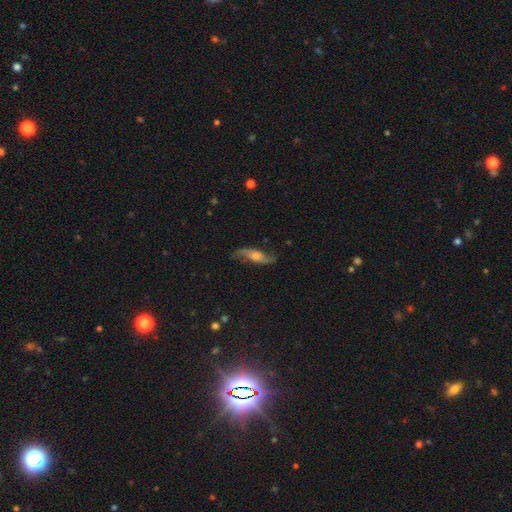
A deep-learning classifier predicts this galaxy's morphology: A featured or disk galaxy (74%) with no bar (63%), 2 (91%) loose (72%) spiral arms (92%) and a moderate central bulge (54%).

Vote fractions:
- Smooth or featured? featured or disk: 74% / smooth: 18% / star or artifact: 8%
- Edge-on disk? no: 78% / yes: 22%
- Bar? no: 63% / weak: 28% / strong: 9%
- Spiral arms? yes: 92% / no: 8%
- Spiral winding? loose: 72% / medium: 21% / tight: 7%
- Spiral arm count? 2: 91% / can't tell: 4% / 1: 2% / 3: 1% / 4: 1% / more than 4: 1%
- Bulge size? moderate: 54% / small: 32% / large: 8% / none: 5% / dominant: 2%
- Merging? none: 75% / minor disturbance: 17% / major disturbance: 7% / merger: 2%